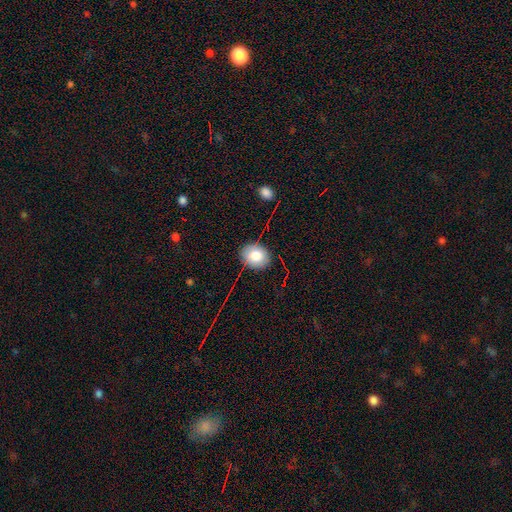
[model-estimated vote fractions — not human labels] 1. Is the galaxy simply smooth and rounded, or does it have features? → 80% smooth, 11% featured or disk, 9% star or artifact.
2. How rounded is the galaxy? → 50% in between, 49% round, 1% cigar-shaped.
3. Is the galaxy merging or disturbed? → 86% none, 10% minor disturbance, 2% major disturbance, 1% merger.